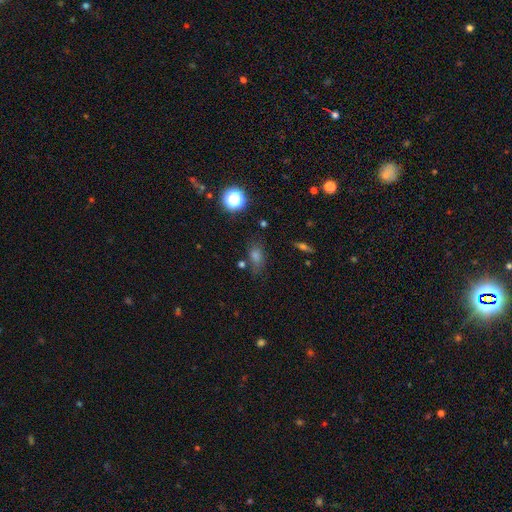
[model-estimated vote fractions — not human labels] Q: Smooth or featured?
A: smooth (64%); runner-up: star or artifact (26%)
Q: How rounded?
A: in between (71%); runner-up: round (20%)
Q: Merging?
A: none (71%); runner-up: minor disturbance (17%)